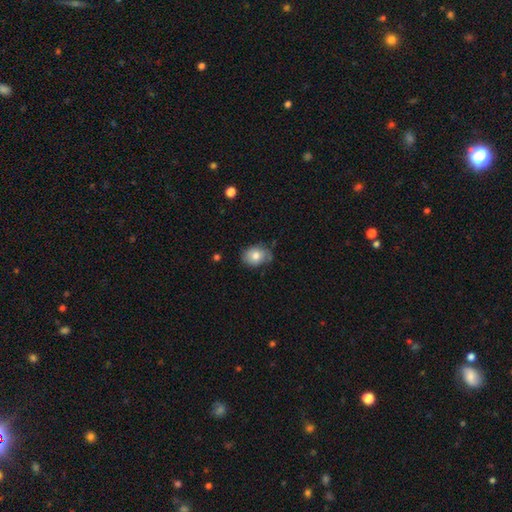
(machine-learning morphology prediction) A smooth galaxy with no disk features (79%) that is in between round and cigar-shaped (63%). Merging: none (67%).